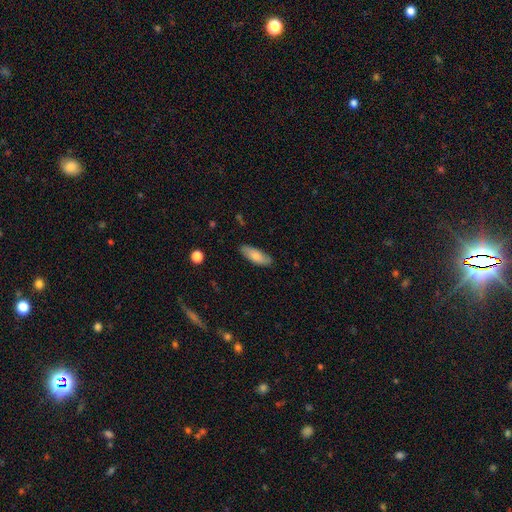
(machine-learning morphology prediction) Smooth or featured: smooth — 78% (featured or disk — 16%)
How rounded: in between — 69% (cigar-shaped — 29%)
Merging: none — 84% (minor disturbance — 13%)